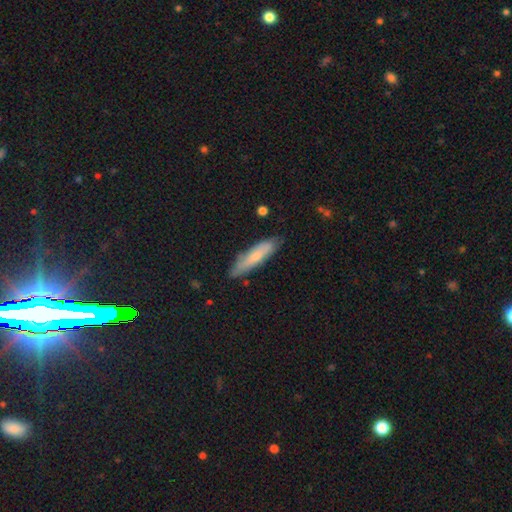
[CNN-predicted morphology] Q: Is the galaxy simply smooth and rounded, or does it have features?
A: smooth — 65%.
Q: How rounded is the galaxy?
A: cigar-shaped — 78%.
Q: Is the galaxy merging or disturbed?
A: none — 79%.